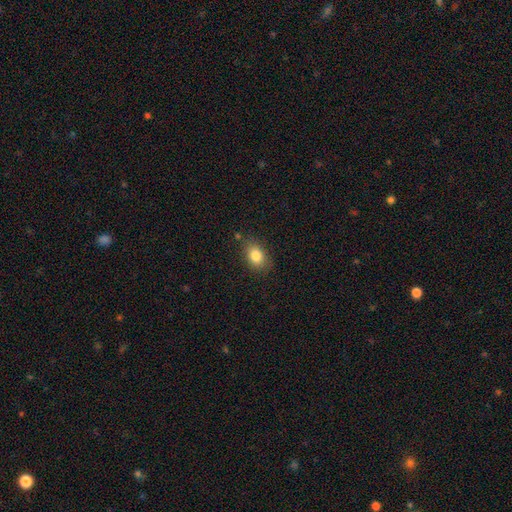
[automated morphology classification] Q: Smooth or featured?
A: smooth (83%); runner-up: star or artifact (9%)
Q: How rounded?
A: in between (77%); runner-up: round (22%)
Q: Merging?
A: none (80%); runner-up: minor disturbance (14%)